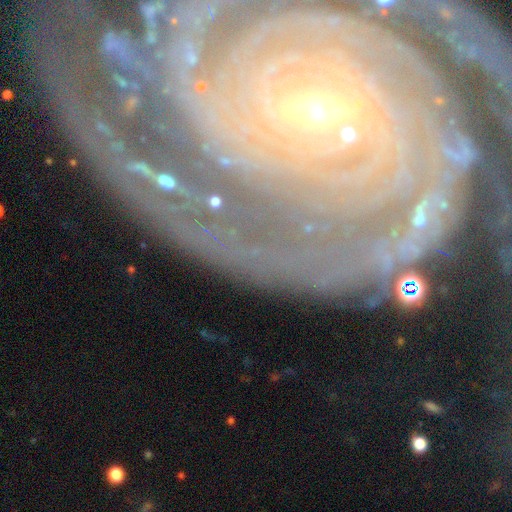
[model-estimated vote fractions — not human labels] featured or disk 64%, star or artifact 22%, smooth 14%. Down the decision tree: edge-on disk — no (85%); bar — strong (40%); spiral arms — yes (86%); bulge size — small (46%); merging — none (70%).